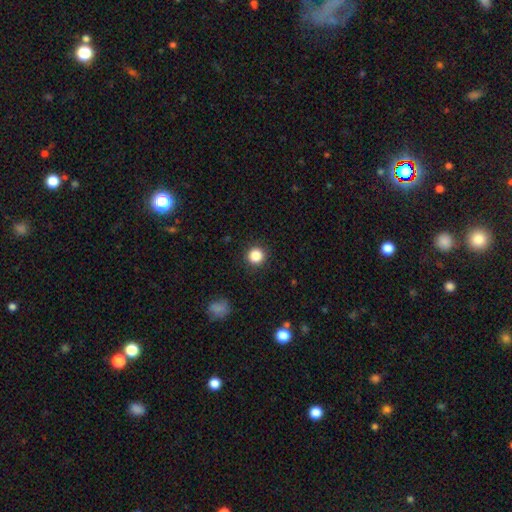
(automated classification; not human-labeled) Smooth or featured? Predicted: smooth (p=0.85). How rounded? Predicted: round (p=0.95). Merging? Predicted: none (p=0.92).